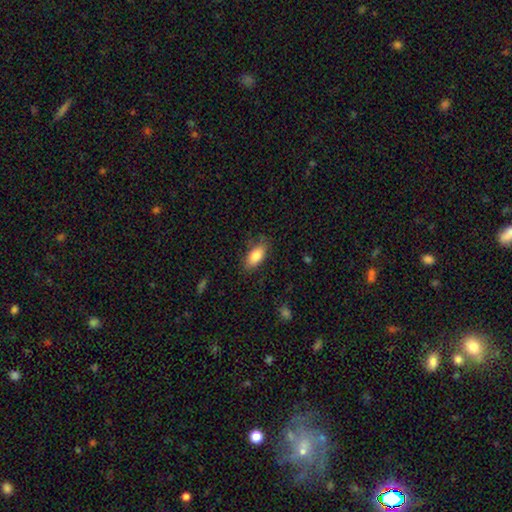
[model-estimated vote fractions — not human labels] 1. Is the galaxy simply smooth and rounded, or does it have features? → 82% smooth, 11% featured or disk, 7% star or artifact.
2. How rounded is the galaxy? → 86% in between, 11% cigar-shaped, 3% round.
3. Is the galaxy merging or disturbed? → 78% none, 17% minor disturbance, 4% major disturbance, 1% merger.